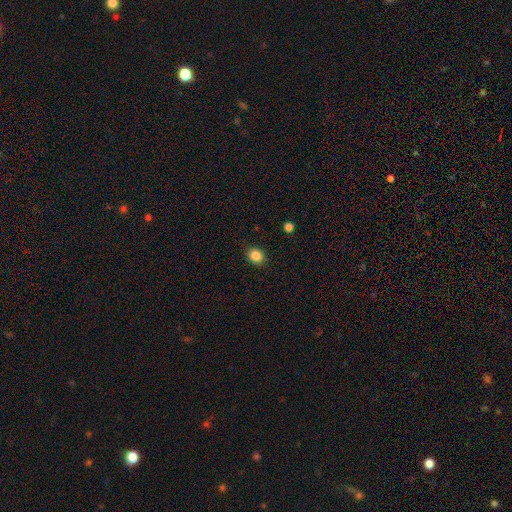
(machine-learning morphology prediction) Q: Smooth or featured?
A: smooth (84%); runner-up: star or artifact (11%)
Q: How rounded?
A: round (65%); runner-up: in between (34%)
Q: Merging?
A: none (88%); runner-up: minor disturbance (9%)